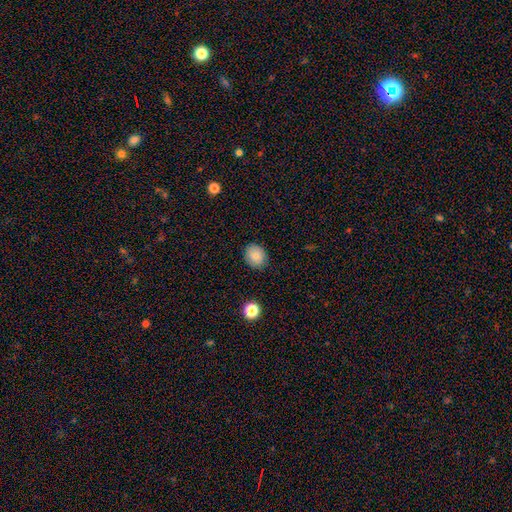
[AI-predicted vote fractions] This appears to be a smooth galaxy with no disk features (82%) that is round (63%). Merging: none (86%).